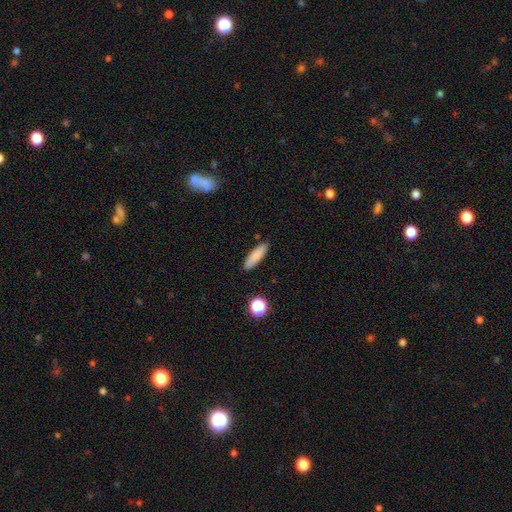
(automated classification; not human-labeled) smooth_or_featured: smooth (p=0.83) [alt: featured or disk p=0.09]
how_rounded: cigar-shaped (p=0.59) [alt: in between p=0.39]
merging: none (p=0.87) [alt: minor disturbance p=0.09]